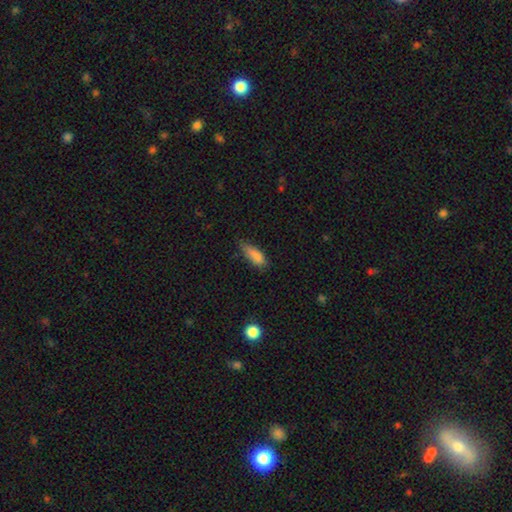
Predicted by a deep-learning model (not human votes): Smooth or featured?
  - smooth: 83% *
  - star or artifact: 9%
  - featured or disk: 8%
How rounded?
  - in between: 68% *
  - cigar-shaped: 29%
  - round: 2%
Merging?
  - none: 51% *
  - minor disturbance: 37%
  - major disturbance: 10%
  - merger: 2%